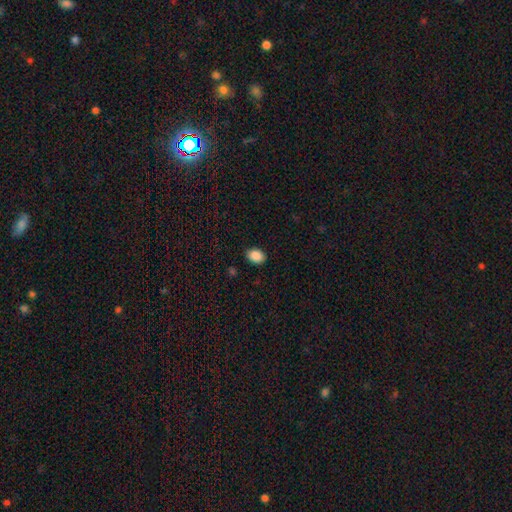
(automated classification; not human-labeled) The model was most divided on "how rounded": in between: 71%, round: 28%, cigar-shaped: 1%. More confident: smooth or featured — smooth (89%); merging — none (88%).